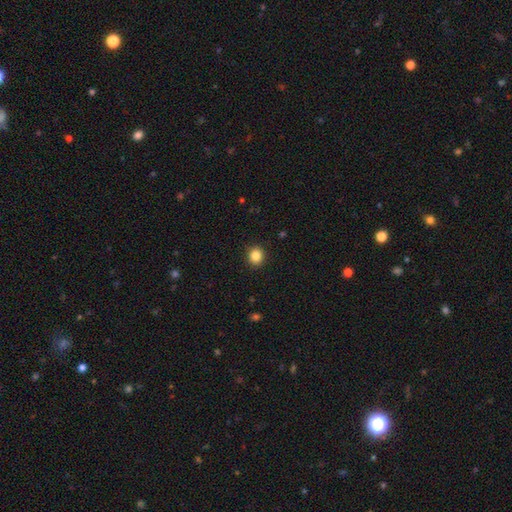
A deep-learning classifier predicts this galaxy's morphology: This appears to be a smooth galaxy with no disk features (85%) that is round (79%). Merging: none (91%).